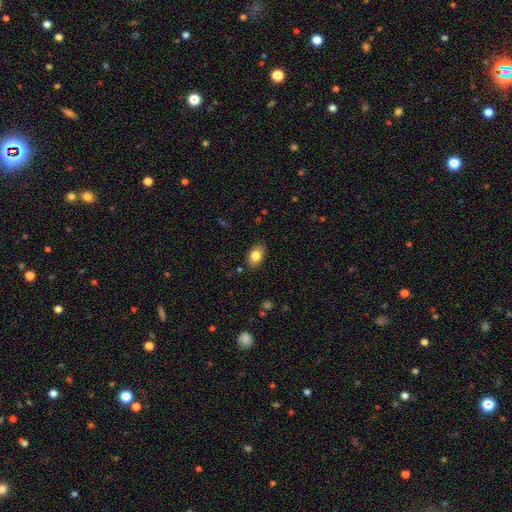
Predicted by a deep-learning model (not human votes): smooth 82%, featured or disk 10%, star or artifact 8%. Down the decision tree: how rounded — in between (87%); merging — none (85%).